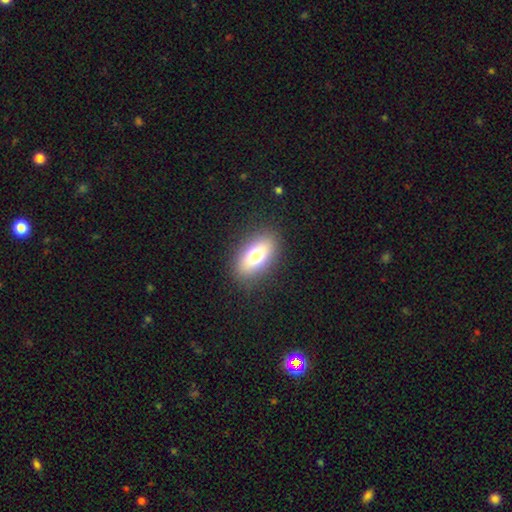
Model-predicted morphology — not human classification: Smooth or featured: smooth — 73% (featured or disk — 19%)
How rounded: in between — 84% (cigar-shaped — 9%)
Merging: none — 86% (minor disturbance — 10%)